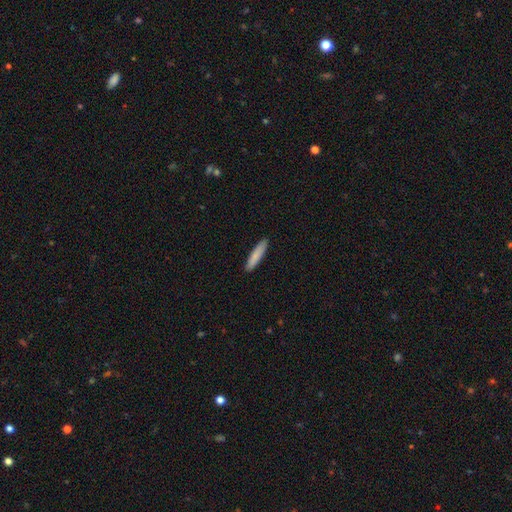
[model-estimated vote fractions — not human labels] smooth 83%, featured or disk 11%, star or artifact 6%. Down the decision tree: how rounded — cigar-shaped (87%); merging — none (91%).